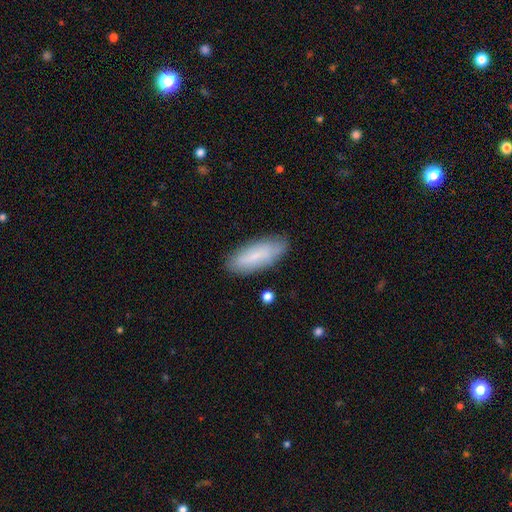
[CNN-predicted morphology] Smooth or featured? Predicted: smooth (p=0.72). How rounded? Predicted: in between (p=0.68). Merging? Predicted: none (p=0.81).